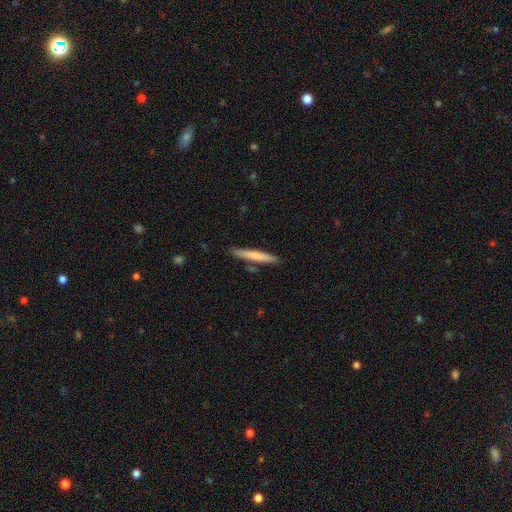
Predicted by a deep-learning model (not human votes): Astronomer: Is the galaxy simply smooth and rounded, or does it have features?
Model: smooth — 73%.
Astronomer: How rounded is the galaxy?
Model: cigar-shaped — 95%.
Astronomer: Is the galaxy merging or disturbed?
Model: none — 85%.